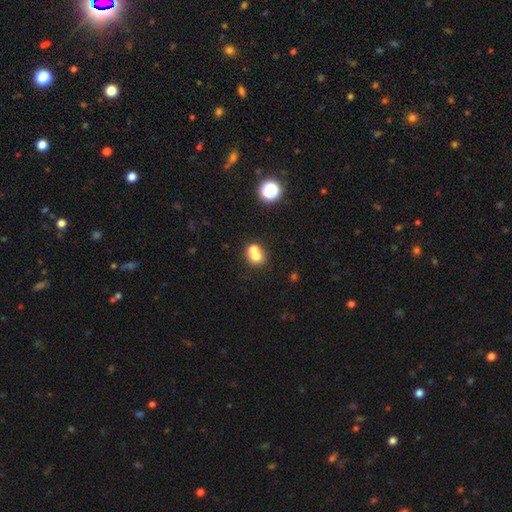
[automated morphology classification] A smooth galaxy with no disk features (69%) that is round (73%).

Vote fractions:
- Smooth or featured? smooth: 69% / featured or disk: 18% / star or artifact: 13%
- How rounded? round: 73% / in between: 26% / cigar-shaped: 1%
- Merging? merger: 60% / none: 32% / minor disturbance: 6% / major disturbance: 3%